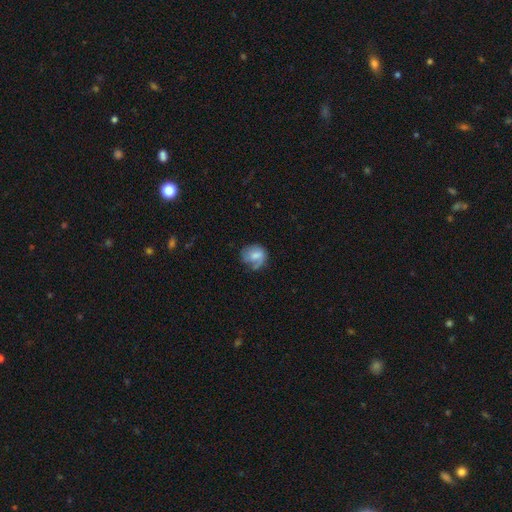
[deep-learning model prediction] A smooth galaxy with no disk features (54%) that is round (67%). Merging: none (51%).